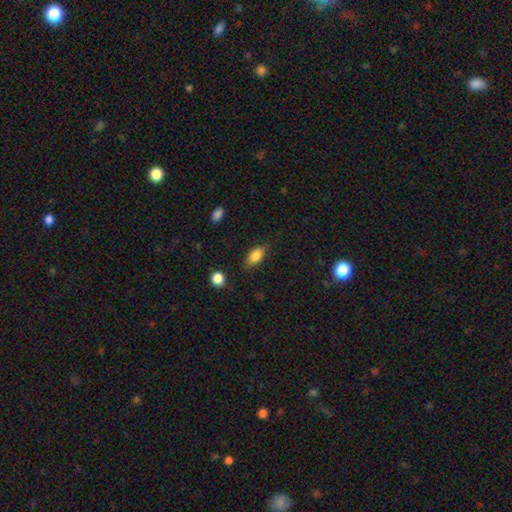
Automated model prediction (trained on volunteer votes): smooth_or_featured: smooth (p=0.83) [alt: star or artifact p=0.08]
how_rounded: in between (p=0.86) [alt: cigar-shaped p=0.08]
merging: none (p=0.78) [alt: minor disturbance p=0.16]